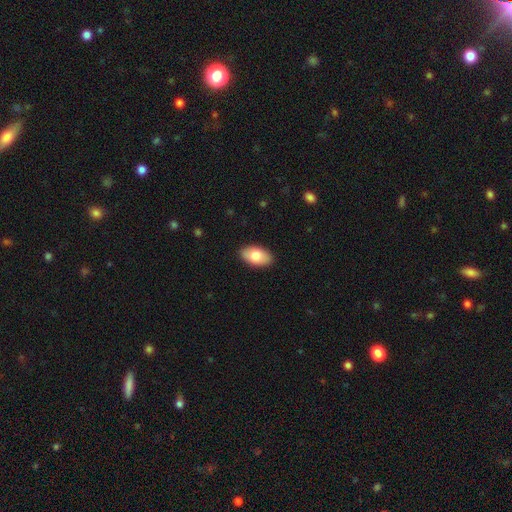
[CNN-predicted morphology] Smooth or featured?
  - smooth: 78% *
  - featured or disk: 16%
  - star or artifact: 6%
How rounded?
  - in between: 94% *
  - round: 4%
  - cigar-shaped: 2%
Merging?
  - none: 89% *
  - minor disturbance: 8%
  - major disturbance: 2%
  - merger: 1%